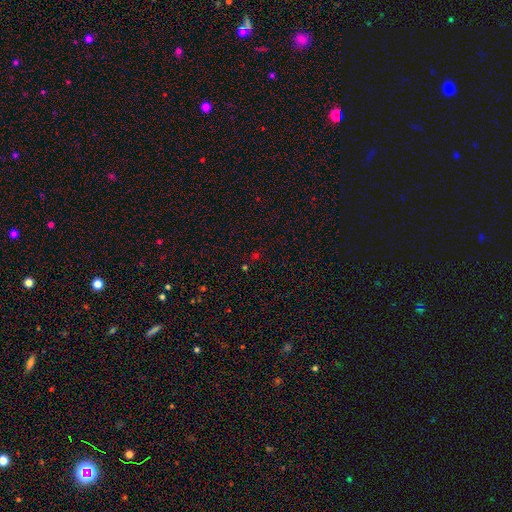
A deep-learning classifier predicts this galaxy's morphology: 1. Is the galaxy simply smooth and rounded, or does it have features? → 52% star or artifact, 41% smooth, 7% featured or disk.